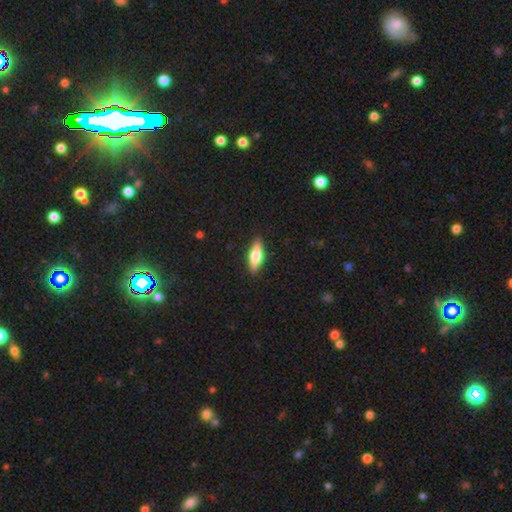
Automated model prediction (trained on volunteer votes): Smooth or featured: smooth — 68% (featured or disk — 26%)
How rounded: in between — 62% (cigar-shaped — 35%)
Merging: none — 88% (minor disturbance — 9%)